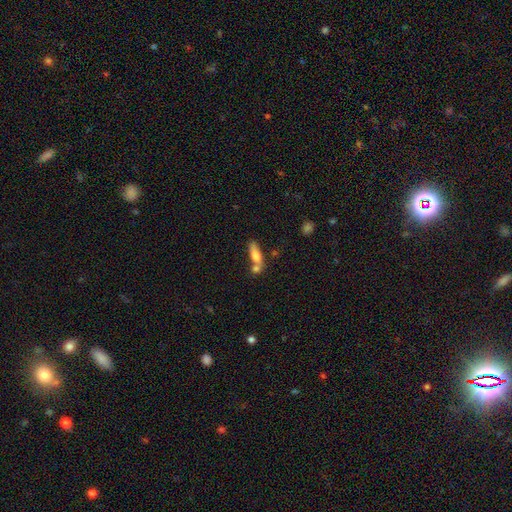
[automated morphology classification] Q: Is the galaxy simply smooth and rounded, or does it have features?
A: smooth — 69%.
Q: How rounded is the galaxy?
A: in between — 49%.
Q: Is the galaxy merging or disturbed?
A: merger — 41%.